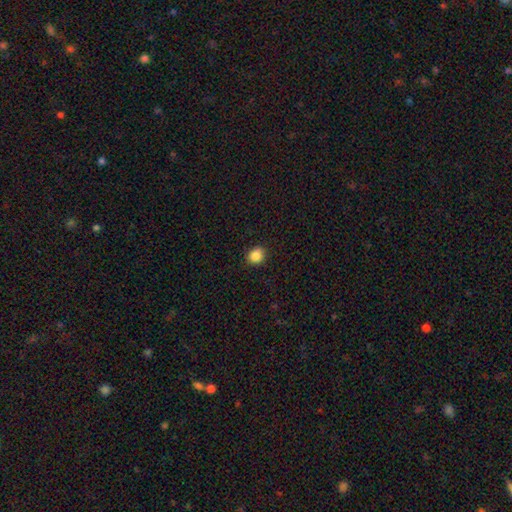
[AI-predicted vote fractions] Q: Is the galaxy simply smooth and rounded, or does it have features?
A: smooth — 87%.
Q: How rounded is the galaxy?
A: round — 70%.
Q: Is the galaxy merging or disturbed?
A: none — 88%.